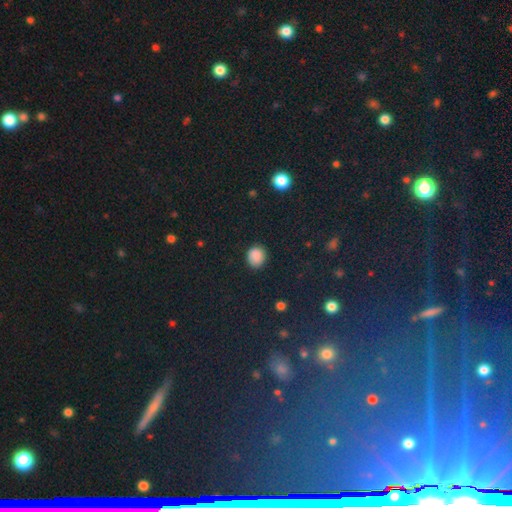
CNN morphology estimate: A smooth galaxy with no disk features (86%) that is round (77%). Merging: none (87%).